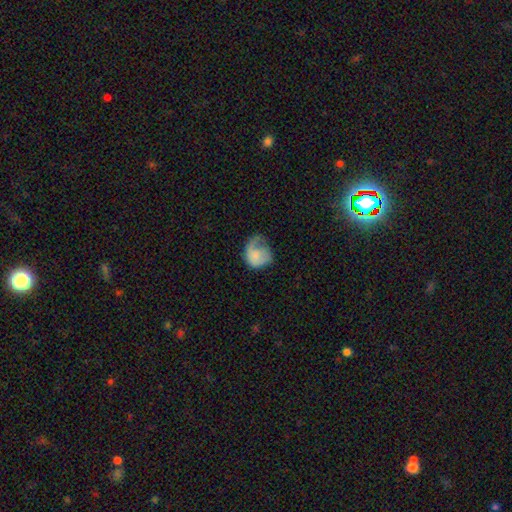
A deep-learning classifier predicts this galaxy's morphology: The model was most divided on "merging": major disturbance: 42%, minor disturbance: 29%, none: 27%, merger: 2%. More confident: how rounded — round (63%); smooth or featured — smooth (57%).